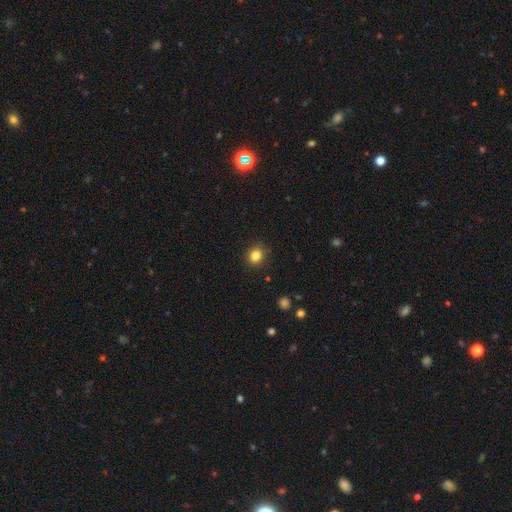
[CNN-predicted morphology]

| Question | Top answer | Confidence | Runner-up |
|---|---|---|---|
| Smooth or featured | smooth | 84% | star or artifact (11%) |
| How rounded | round | 79% | in between (20%) |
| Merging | none | 89% | minor disturbance (8%) |